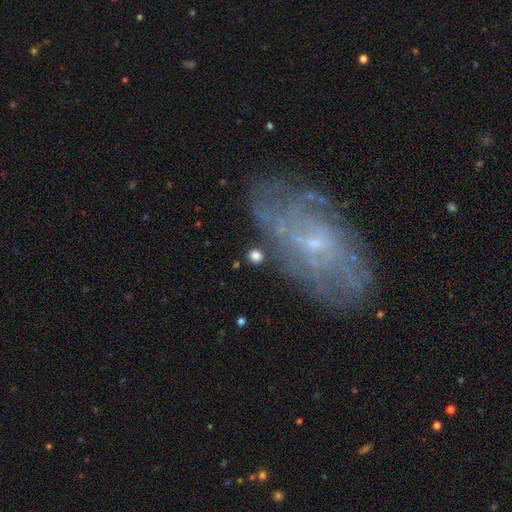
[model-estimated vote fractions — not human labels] The model was most divided on "smooth or featured": smooth: 75%, featured or disk: 14%, star or artifact: 11%. More confident: how rounded — round (87%); merging — none (84%).